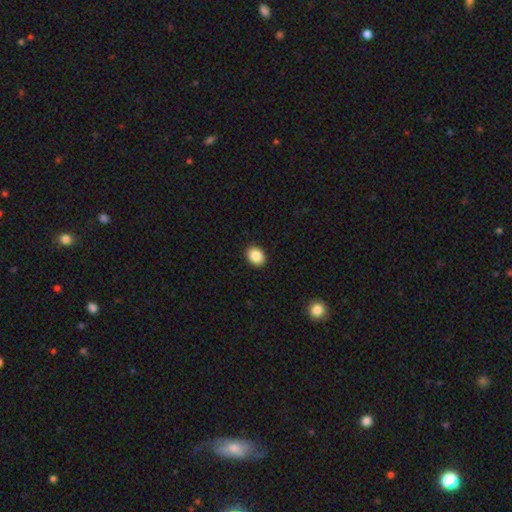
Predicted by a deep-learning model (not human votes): Smooth or featured? smooth (88%)
How rounded? in between (60%)
Merging? none (91%)